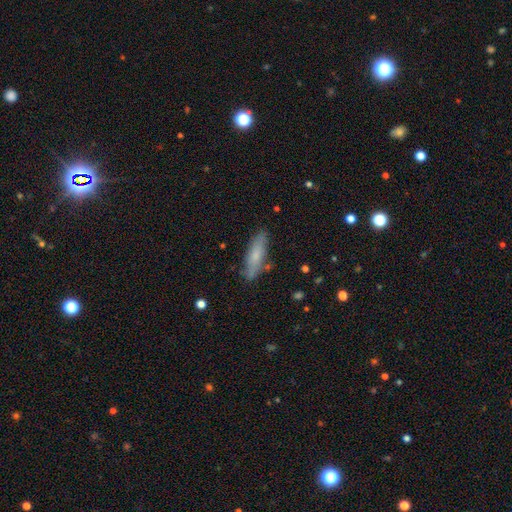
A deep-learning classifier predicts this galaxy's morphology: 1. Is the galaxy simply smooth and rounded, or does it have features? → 70% smooth, 23% featured or disk, 6% star or artifact.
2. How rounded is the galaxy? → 63% cigar-shaped, 35% in between, 2% round.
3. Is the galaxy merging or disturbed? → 81% none, 14% minor disturbance, 3% major disturbance, 2% merger.